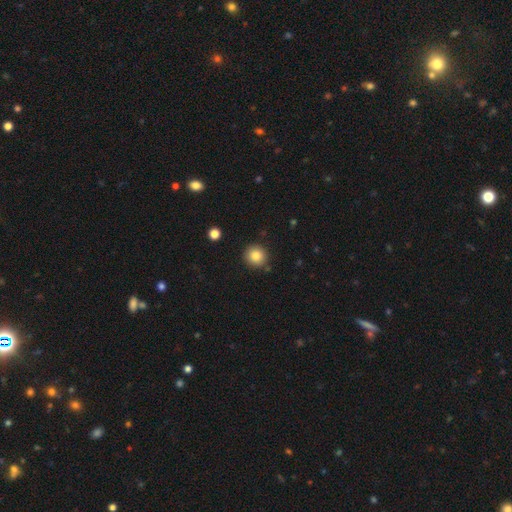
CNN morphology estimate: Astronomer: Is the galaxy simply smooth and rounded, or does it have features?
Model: smooth — 84%.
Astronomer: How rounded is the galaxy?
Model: round — 93%.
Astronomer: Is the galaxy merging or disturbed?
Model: none — 88%.